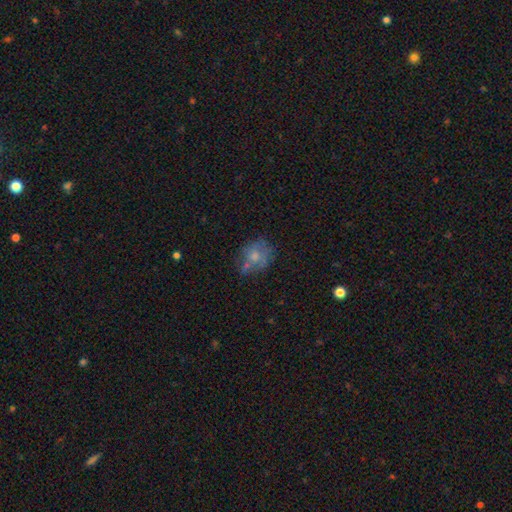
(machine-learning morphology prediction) Smooth or featured: smooth — 61% (featured or disk — 29%)
How rounded: round — 62% (in between — 37%)
Merging: none — 46% (minor disturbance — 27%)